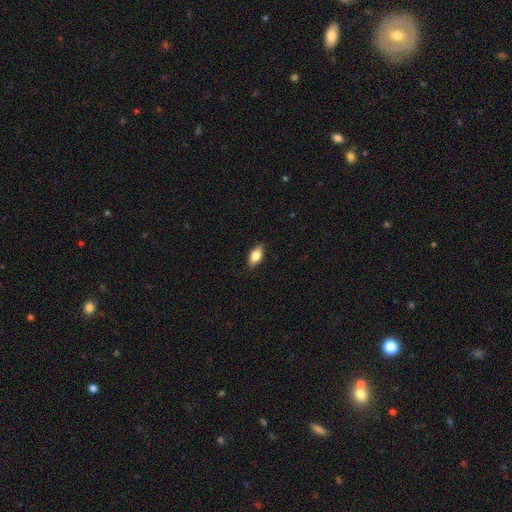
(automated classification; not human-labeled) A smooth galaxy with no disk features (78%) that is in between round and cigar-shaped (87%). Merging: none (87%).